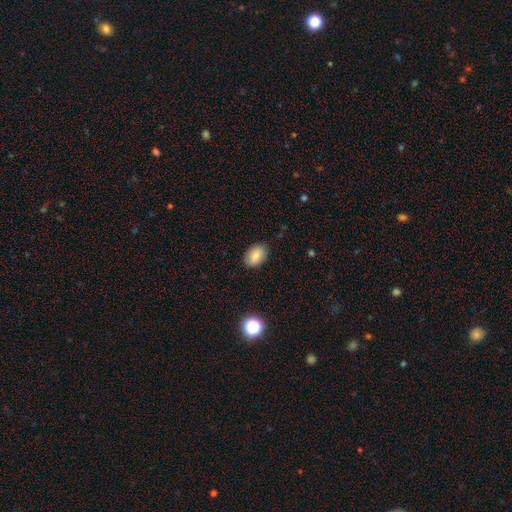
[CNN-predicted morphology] Smooth or featured?
  - smooth: 83% *
  - star or artifact: 9%
  - featured or disk: 9%
How rounded?
  - in between: 83% *
  - round: 15%
  - cigar-shaped: 1%
Merging?
  - none: 86% *
  - minor disturbance: 10%
  - major disturbance: 2%
  - merger: 1%